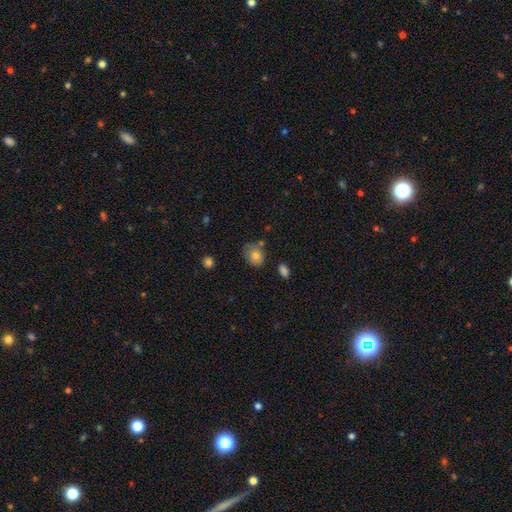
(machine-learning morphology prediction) A smooth galaxy with no disk features (76%) that is round (52%).

Vote fractions:
- Smooth or featured? smooth: 76% / featured or disk: 14% / star or artifact: 9%
- How rounded? round: 52% / in between: 47% / cigar-shaped: 1%
- Merging? none: 63% / minor disturbance: 24% / merger: 7% / major disturbance: 6%